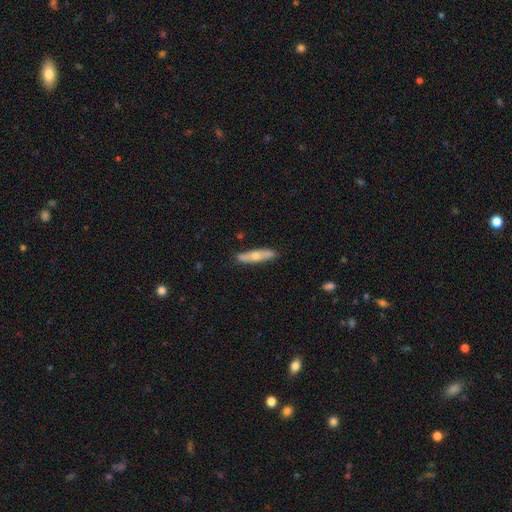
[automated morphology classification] smooth-or-featured: smooth: 55% | featured or disk: 40% | star or artifact: 5%
  how-rounded: cigar-shaped: 76% | in between: 22% | round: 2%
  merging: none: 86% | minor disturbance: 11% | major disturbance: 2% | merger: 1%